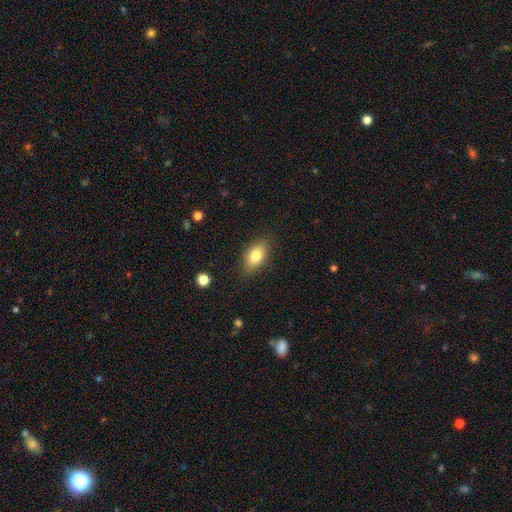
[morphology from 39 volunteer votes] smooth 90%, featured or disk 8%, star or artifact 3%. Down the decision tree: how rounded — in between (89%); merging — none (79%).